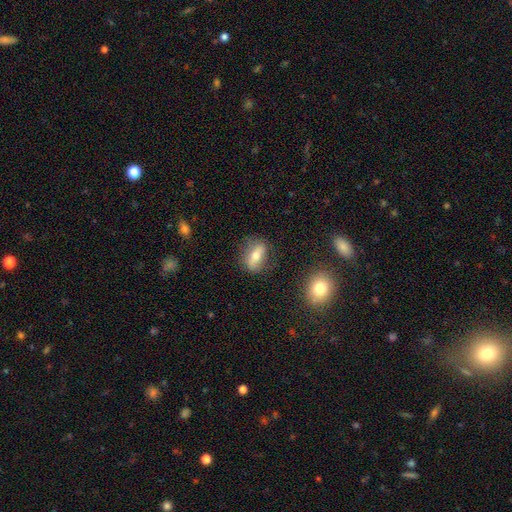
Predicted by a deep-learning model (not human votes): Q: Smooth or featured?
A: smooth (51%); runner-up: featured or disk (40%)
Q: How rounded?
A: in between (69%); runner-up: round (17%)
Q: Merging?
A: none (78%); runner-up: minor disturbance (15%)